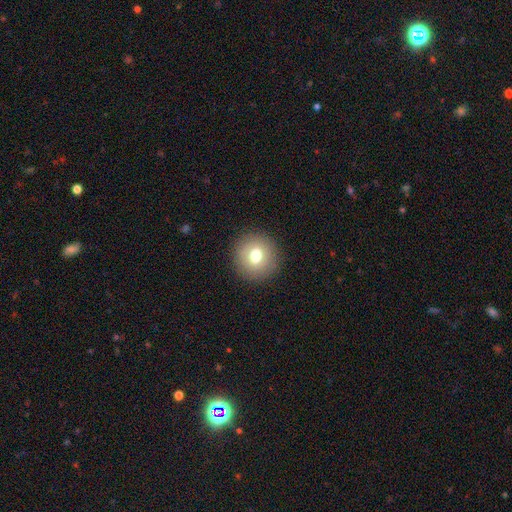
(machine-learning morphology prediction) Q: Smooth or featured?
A: smooth (73%); runner-up: featured or disk (16%)
Q: How rounded?
A: round (91%); runner-up: in between (8%)
Q: Merging?
A: none (90%); runner-up: minor disturbance (6%)